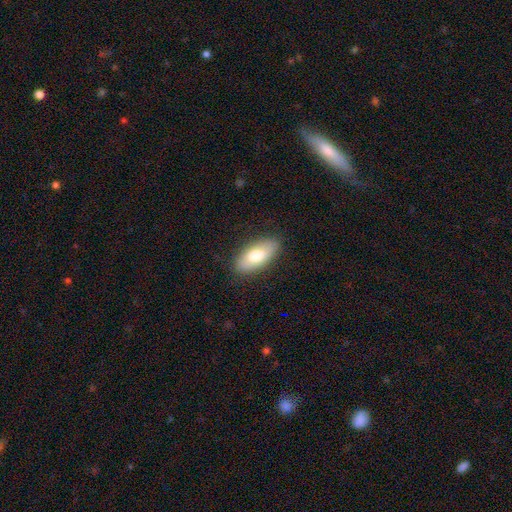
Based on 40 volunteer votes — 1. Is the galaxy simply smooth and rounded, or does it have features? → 72% smooth, 22% featured or disk, 5% star or artifact.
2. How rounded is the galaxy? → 97% in between, 3% cigar-shaped, 0% round.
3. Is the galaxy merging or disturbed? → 95% none, 3% minor disturbance, 3% merger, 0% major disturbance.